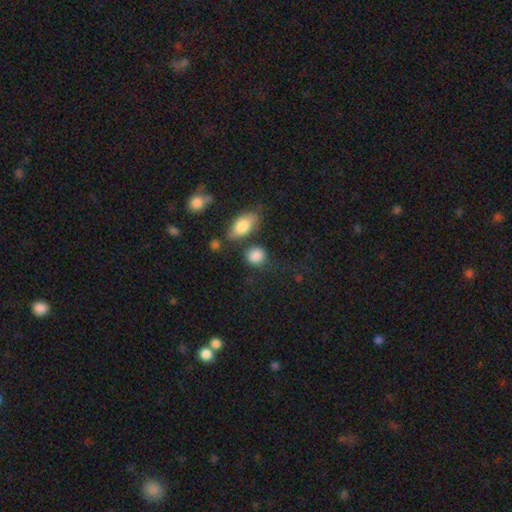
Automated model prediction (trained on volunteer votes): Overall: smooth (86%). How rounded: round (68%; in between 29%). Merging: none (64%).